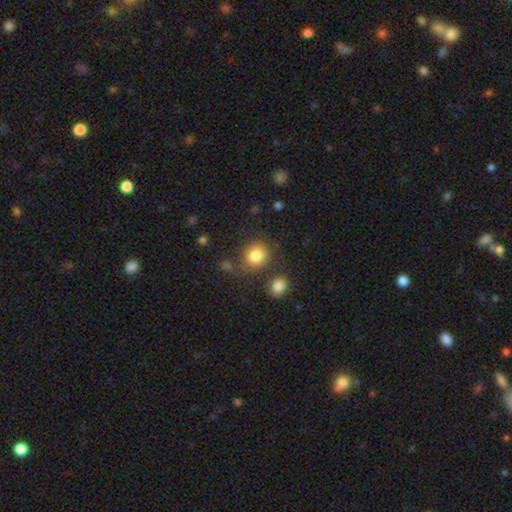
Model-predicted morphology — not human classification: type=smooth (83%); roundness=round (81%); merging=none (70%).